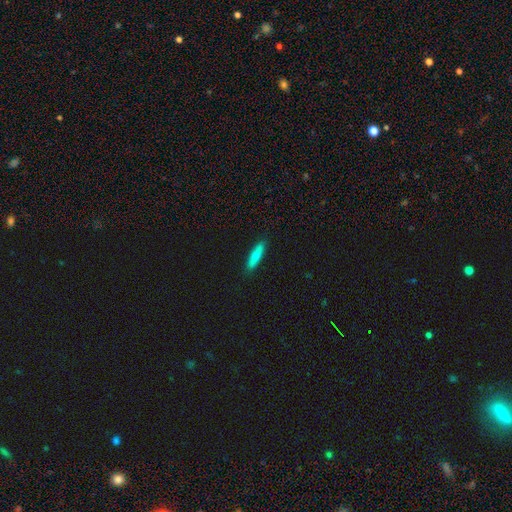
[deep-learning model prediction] Morphology: type=smooth (77%); roundness=cigar-shaped (79%); merging=none (89%).